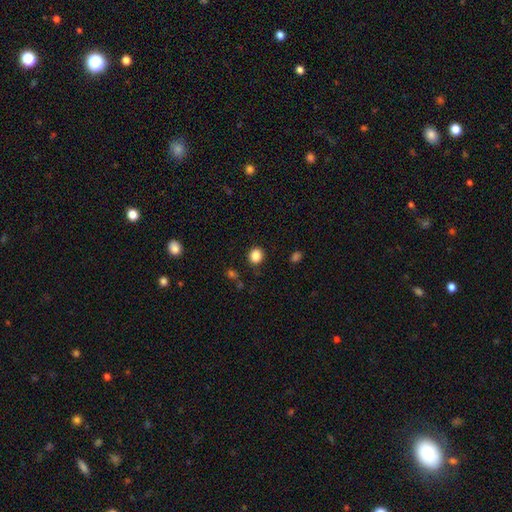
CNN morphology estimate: A smooth galaxy with no disk features (86%) that is round (80%).

Vote fractions:
- Smooth or featured? smooth: 86% / star or artifact: 10% / featured or disk: 3%
- How rounded? round: 80% / in between: 19% / cigar-shaped: 1%
- Merging? none: 89% / minor disturbance: 7% / major disturbance: 3% / merger: 2%